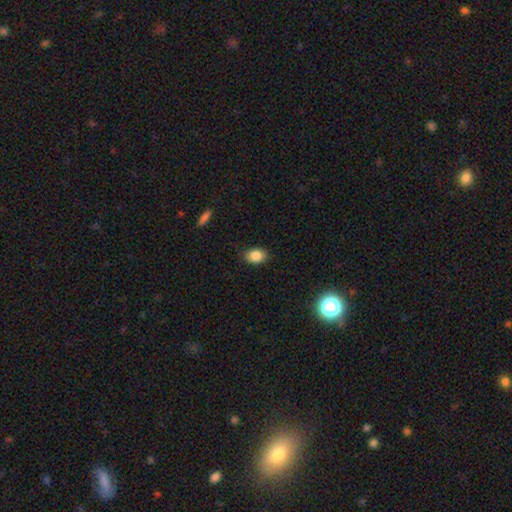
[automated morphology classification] smooth 86%, star or artifact 9%, featured or disk 5%. Down the decision tree: how rounded — in between (79%); merging — none (85%).